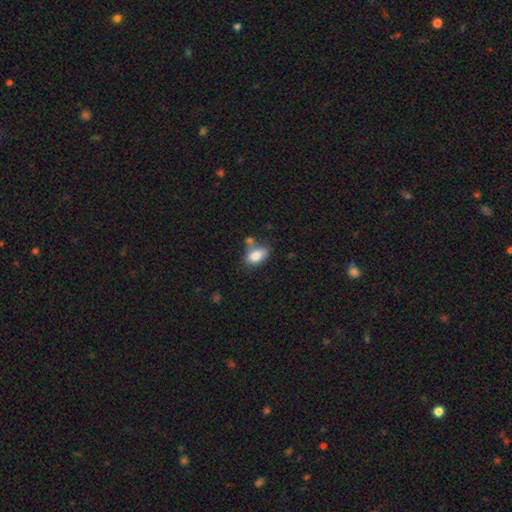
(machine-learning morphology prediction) This is clearly a smooth galaxy (83%). How rounded: clearly in between (88%). Merging: possibly none (55%).